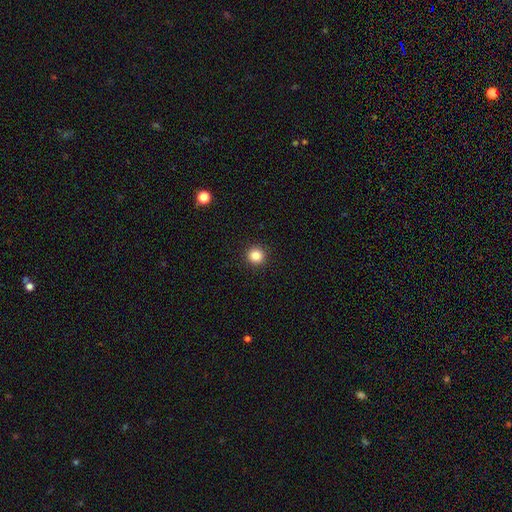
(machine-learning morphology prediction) A smooth galaxy with no disk features (85%) that is round (94%). Merging: none (93%).